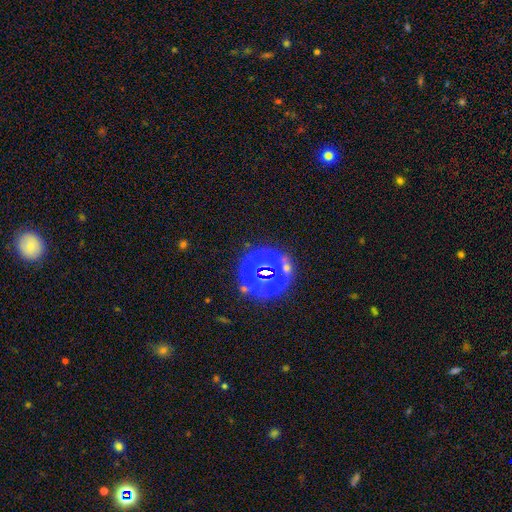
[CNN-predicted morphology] Q: Smooth or featured?
A: star or artifact (78%); runner-up: smooth (13%)